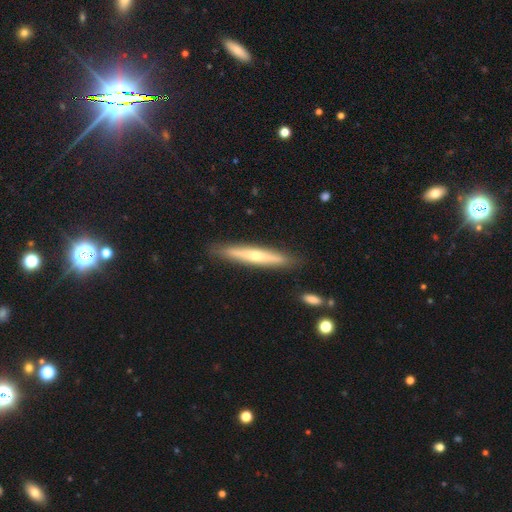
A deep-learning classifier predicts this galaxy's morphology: smooth-or-featured: featured or disk: 56% | smooth: 38% | star or artifact: 6%
  disk-edge-on: yes: 94% | no: 6%
    edge-on-bulge: rounded: 77% | none: 20% | boxy: 3%
  merging: none: 89% | minor disturbance: 8% | major disturbance: 2% | merger: 2%